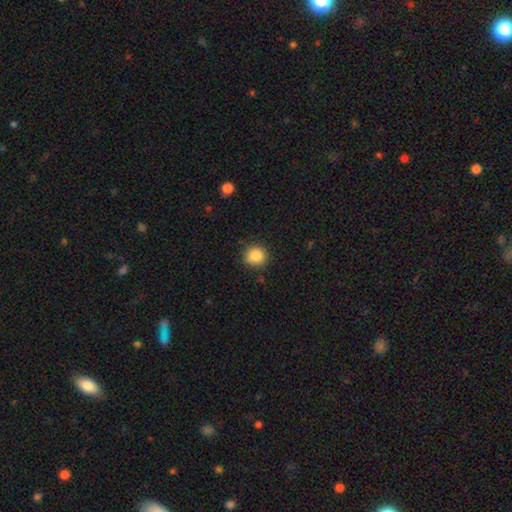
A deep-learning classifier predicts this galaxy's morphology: Overall: smooth (85%). How rounded: round (91%). Merging: none (83%).